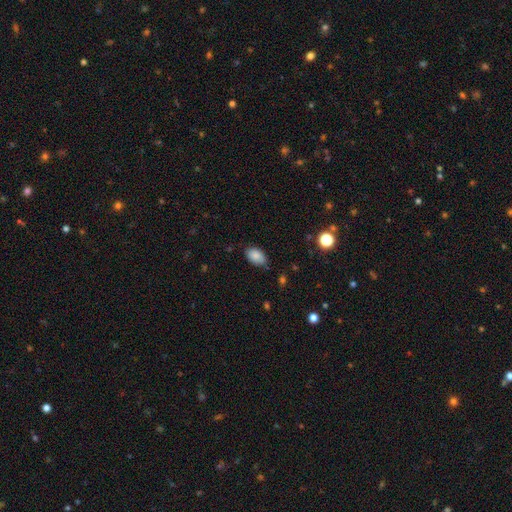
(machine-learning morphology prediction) A smooth galaxy with no disk features (86%) that is in between round and cigar-shaped (92%).

Vote fractions:
- Smooth or featured? smooth: 86% / star or artifact: 8% / featured or disk: 5%
- How rounded? in between: 92% / round: 7% / cigar-shaped: 1%
- Merging? none: 79% / minor disturbance: 17% / major disturbance: 3% / merger: 2%